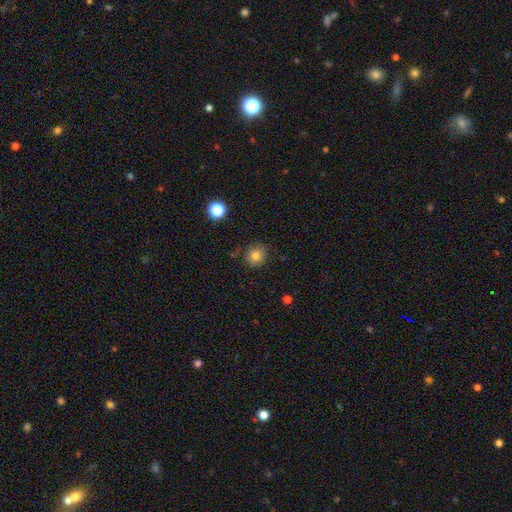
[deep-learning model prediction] Smooth or featured? Predicted: smooth (p=0.81). How rounded? Predicted: round (p=0.90). Merging? Predicted: none (p=0.85).